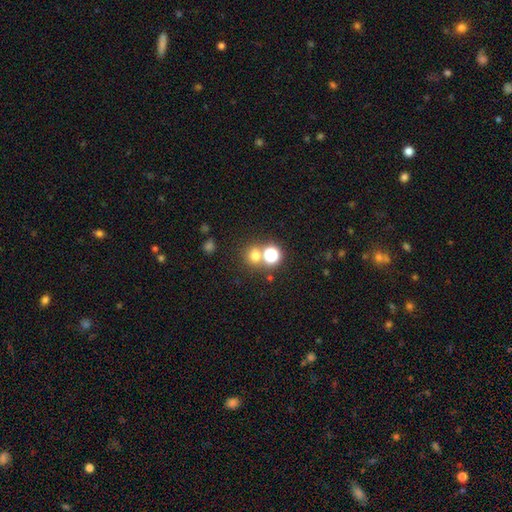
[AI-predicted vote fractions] Smooth or featured?
  - smooth: 67% *
  - star or artifact: 25%
  - featured or disk: 8%
How rounded?
  - round: 88% *
  - in between: 11%
  - cigar-shaped: 1%
Merging?
  - none: 64% *
  - merger: 26%
  - minor disturbance: 7%
  - major disturbance: 3%